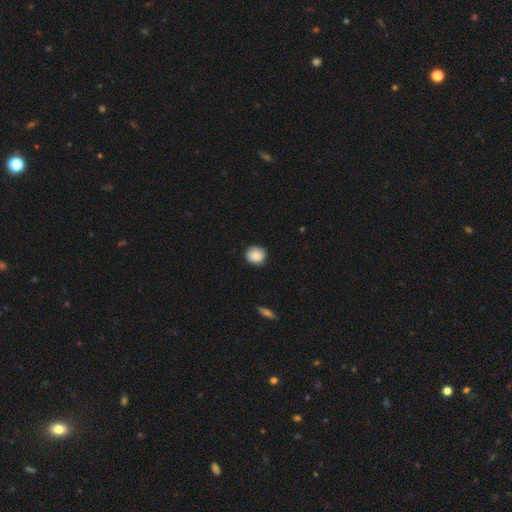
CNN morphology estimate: A smooth galaxy with no disk features (88%) that is round (84%).

Vote fractions:
- Smooth or featured? smooth: 88% / star or artifact: 8% / featured or disk: 4%
- How rounded? round: 84% / in between: 15% / cigar-shaped: 1%
- Merging? none: 86% / minor disturbance: 11% / major disturbance: 2% / merger: 1%